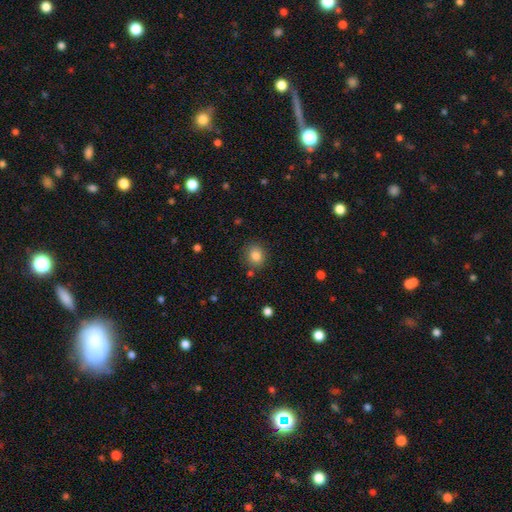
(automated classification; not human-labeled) smooth-or-featured: smooth: 83% | star or artifact: 11% | featured or disk: 6%
  how-rounded: round: 79% | in between: 20% | cigar-shaped: 1%
  merging: none: 83% | minor disturbance: 10% | merger: 4% | major disturbance: 3%